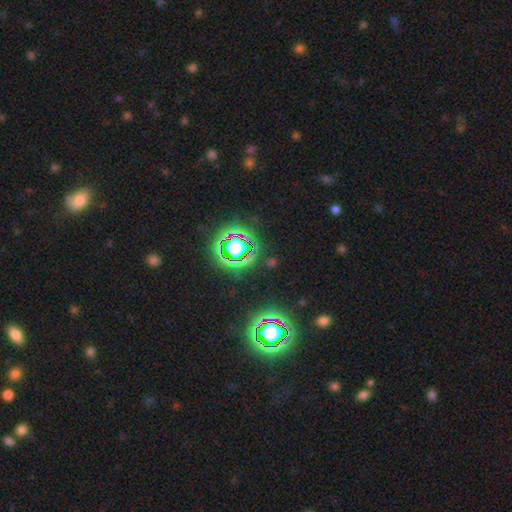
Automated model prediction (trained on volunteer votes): This appears to be a star or artifact, not a galaxy (80%).